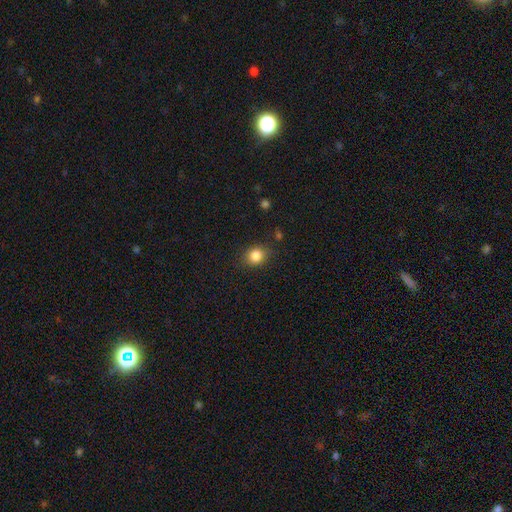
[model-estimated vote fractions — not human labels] A smooth galaxy with no disk features (84%) that is round (68%).

Vote fractions:
- Smooth or featured? smooth: 84% / star or artifact: 11% / featured or disk: 6%
- How rounded? round: 68% / in between: 31% / cigar-shaped: 1%
- Merging? none: 83% / minor disturbance: 12% / major disturbance: 3% / merger: 2%